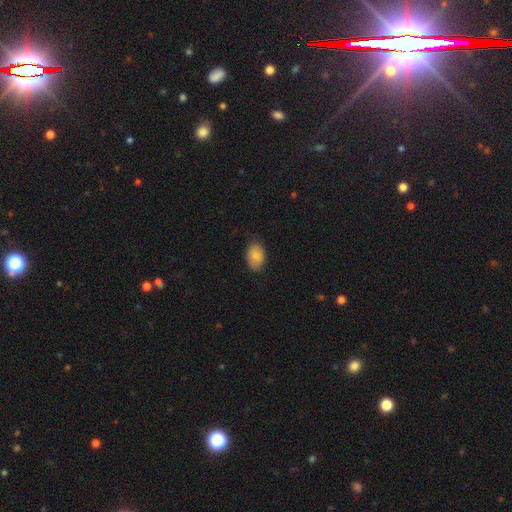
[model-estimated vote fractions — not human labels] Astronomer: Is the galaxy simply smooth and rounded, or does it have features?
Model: smooth — 83%.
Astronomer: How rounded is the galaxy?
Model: in between — 85%.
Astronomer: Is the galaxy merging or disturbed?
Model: none — 79%.